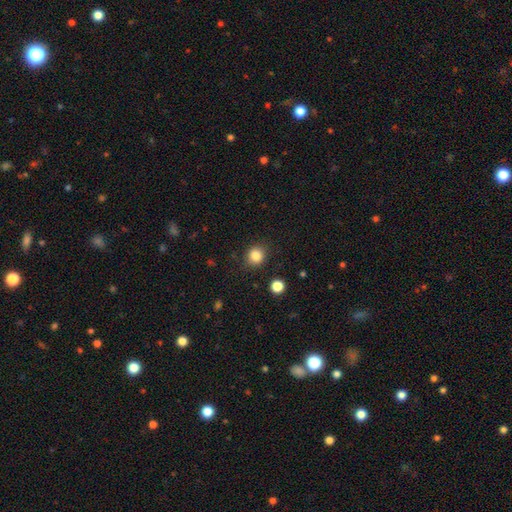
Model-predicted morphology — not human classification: This is clearly a smooth galaxy (84%). How rounded: clearly round (85%). Merging: clearly none (88%).